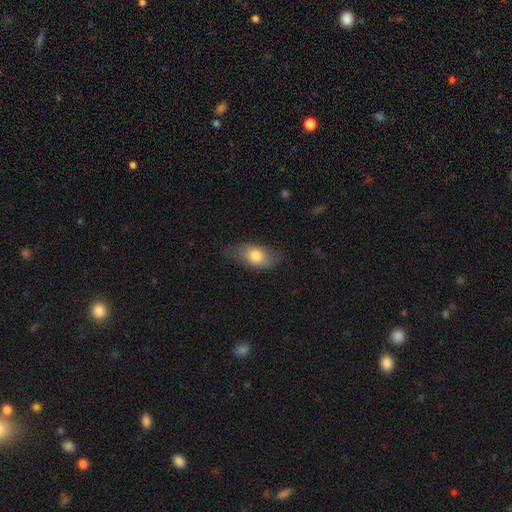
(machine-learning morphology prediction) smooth_or_featured: smooth (p=0.75) [alt: featured or disk p=0.17]
how_rounded: in between (p=0.88) [alt: round p=0.07]
merging: none (p=0.69) [alt: minor disturbance p=0.23]